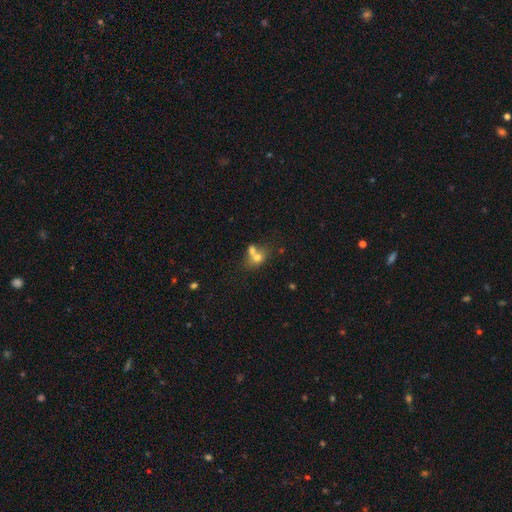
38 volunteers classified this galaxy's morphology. This is likely a smooth galaxy (79%). How rounded: likely in between (77%). Merging: possibly merger (53%).